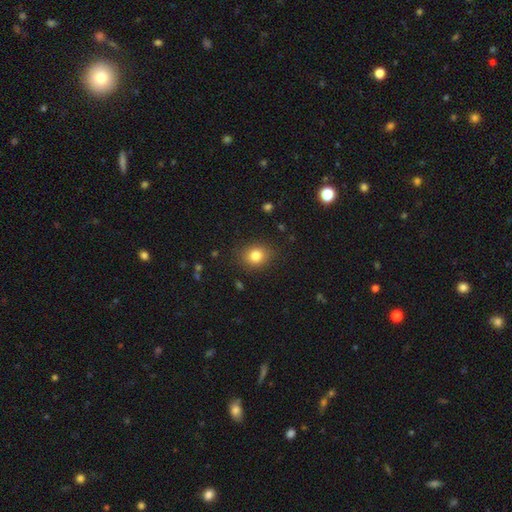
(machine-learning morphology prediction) smooth_or_featured: smooth (p=0.81) [alt: star or artifact p=0.12]
how_rounded: round (p=0.70) [alt: in between p=0.29]
merging: none (p=0.86) [alt: minor disturbance p=0.10]